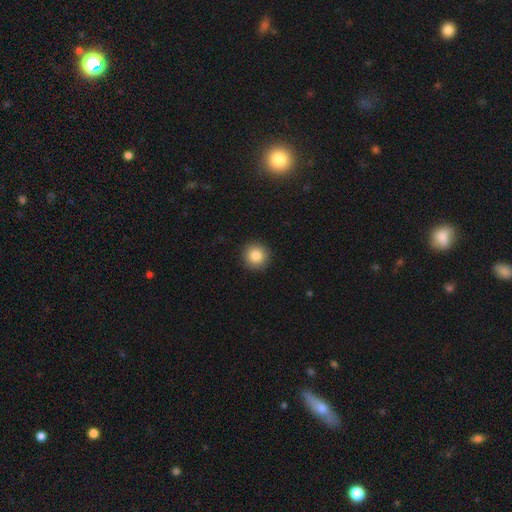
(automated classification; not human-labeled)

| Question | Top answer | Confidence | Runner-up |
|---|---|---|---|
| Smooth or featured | smooth | 85% | star or artifact (9%) |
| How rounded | round | 95% | in between (4%) |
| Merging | none | 92% | minor disturbance (5%) |